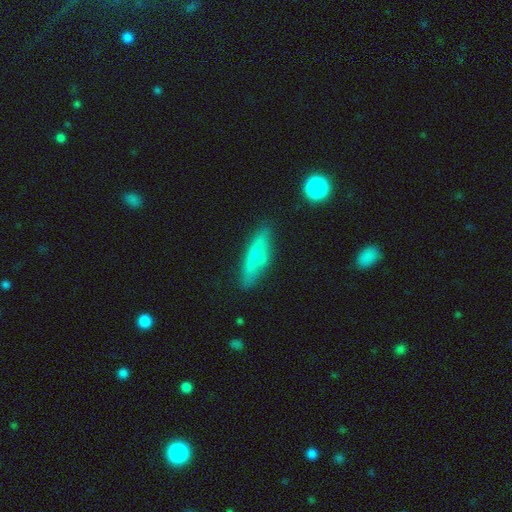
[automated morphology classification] Smooth or featured? Predicted: smooth (p=0.57). How rounded? Predicted: cigar-shaped (p=0.69). Merging? Predicted: none (p=0.71).